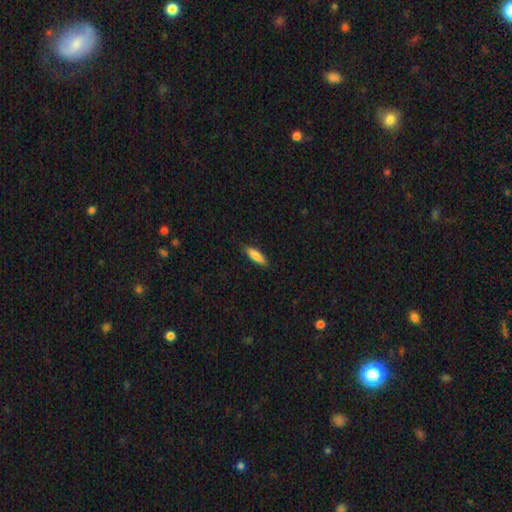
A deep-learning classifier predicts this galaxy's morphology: This appears to be a smooth galaxy with no disk features (86%) that is cigar-shaped (63%). Merging: none (86%).